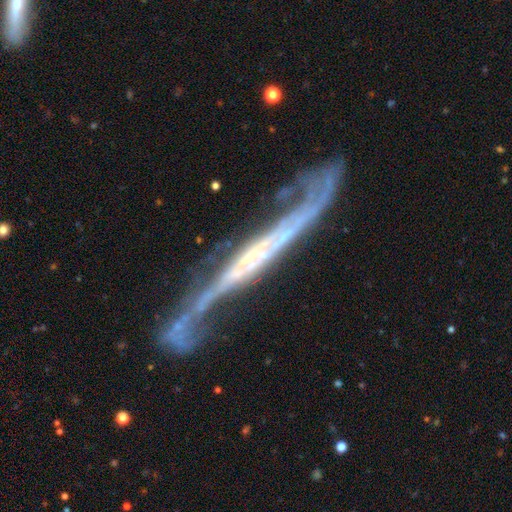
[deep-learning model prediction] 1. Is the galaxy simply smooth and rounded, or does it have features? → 87% featured or disk, 7% smooth, 6% star or artifact.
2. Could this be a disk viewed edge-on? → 59% yes, 41% no.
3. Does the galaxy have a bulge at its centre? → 53% none, 34% rounded, 13% boxy.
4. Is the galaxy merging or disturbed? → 53% none, 20% minor disturbance, 19% major disturbance, 7% merger.